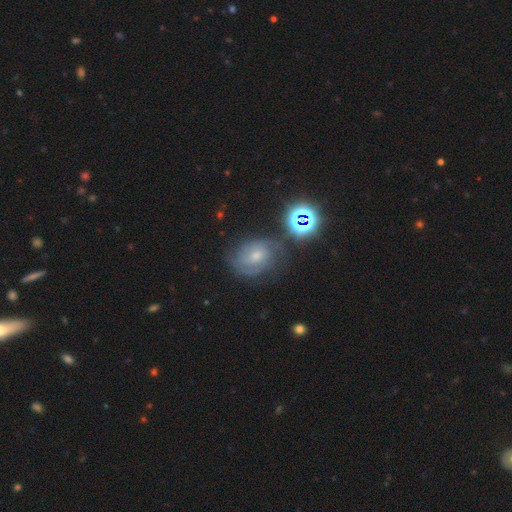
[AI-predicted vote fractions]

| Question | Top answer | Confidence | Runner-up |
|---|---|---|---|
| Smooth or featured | featured or disk | 59% | smooth (21%) |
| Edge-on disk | no | 97% | yes (3%) |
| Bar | no | 56% | weak (37%) |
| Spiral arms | yes | 89% | no (11%) |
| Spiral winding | tight | 56% | medium (34%) |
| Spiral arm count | can't tell | 40% | 2 (30%) |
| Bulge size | small | 50% | moderate (43%) |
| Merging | none | 65% | minor disturbance (21%) |